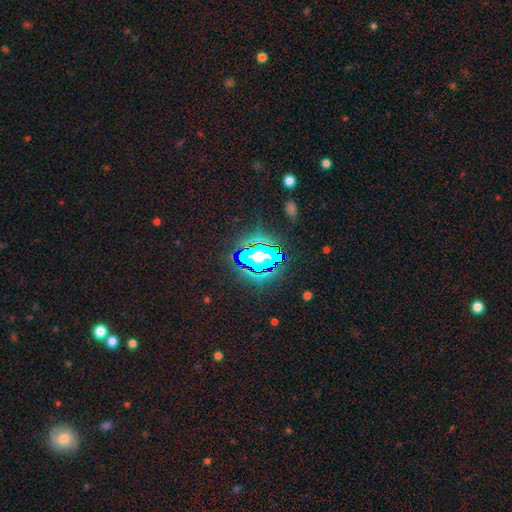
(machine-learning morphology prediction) Smooth or featured? Predicted: star or artifact (p=0.55).